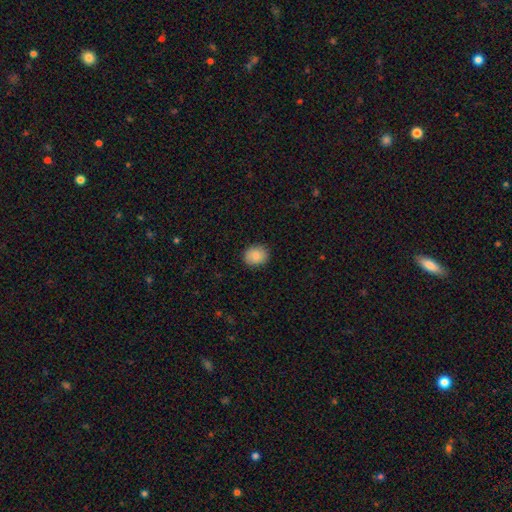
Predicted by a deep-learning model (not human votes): A smooth galaxy with no disk features (84%) that is round (62%).

Vote fractions:
- Smooth or featured? smooth: 84% / star or artifact: 8% / featured or disk: 7%
- How rounded? round: 62% / in between: 37% / cigar-shaped: 1%
- Merging? none: 89% / minor disturbance: 9% / major disturbance: 2% / merger: 1%